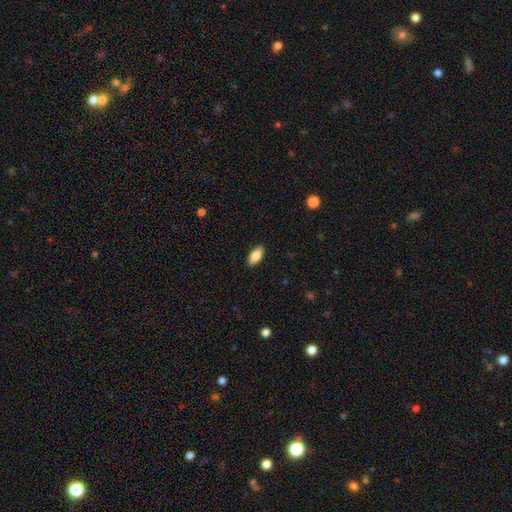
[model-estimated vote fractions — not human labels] Q: Smooth or featured?
A: smooth (81%); runner-up: featured or disk (12%)
Q: How rounded?
A: in between (86%); runner-up: cigar-shaped (12%)
Q: Merging?
A: none (90%); runner-up: minor disturbance (8%)